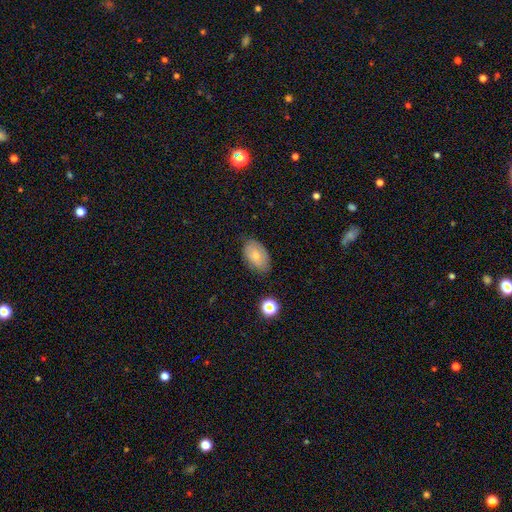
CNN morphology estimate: A smooth galaxy with no disk features (74%) that is in between round and cigar-shaped (90%).

Vote fractions:
- Smooth or featured? smooth: 74% / featured or disk: 18% / star or artifact: 8%
- How rounded? in between: 90% / round: 9% / cigar-shaped: 1%
- Merging? none: 74% / minor disturbance: 21% / major disturbance: 4% / merger: 2%